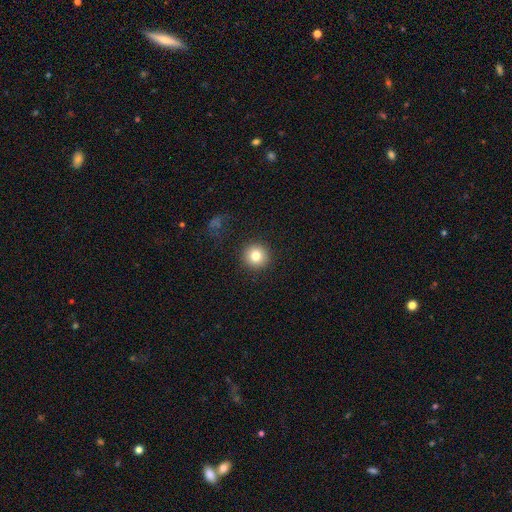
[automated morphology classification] A smooth galaxy with no disk features (80%) that is round (94%).

Vote fractions:
- Smooth or featured? smooth: 80% / star or artifact: 11% / featured or disk: 9%
- How rounded? round: 94% / in between: 5% / cigar-shaped: 1%
- Merging? none: 90% / minor disturbance: 6% / major disturbance: 3% / merger: 1%